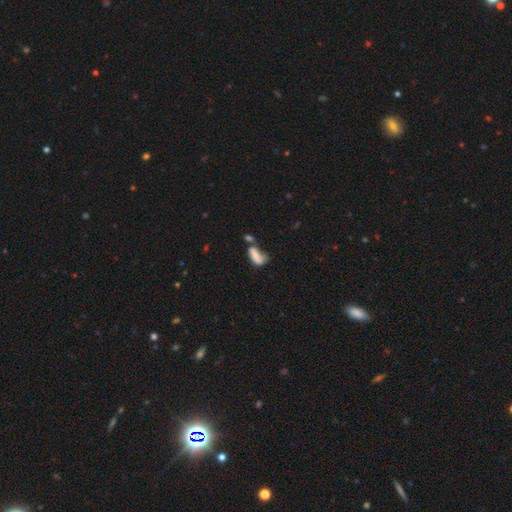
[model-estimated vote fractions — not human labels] Smooth or featured? Predicted: smooth (p=0.64). How rounded? Predicted: in between (p=0.84). Merging? Predicted: merger (p=0.39).